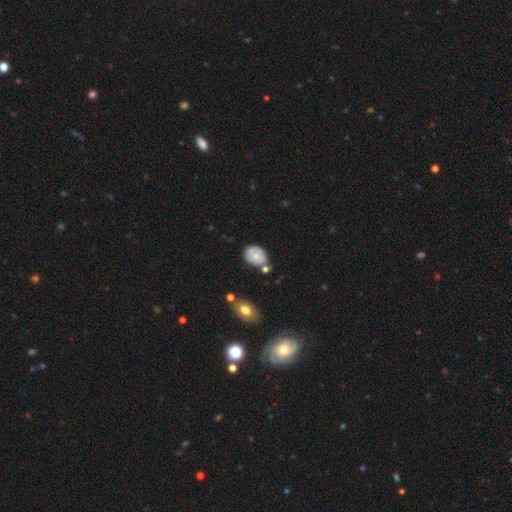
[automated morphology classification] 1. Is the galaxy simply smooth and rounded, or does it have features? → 53% smooth, 39% featured or disk, 7% star or artifact.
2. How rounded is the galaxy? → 61% in between, 37% round, 1% cigar-shaped.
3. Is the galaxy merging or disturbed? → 56% none, 27% minor disturbance, 11% merger, 7% major disturbance.